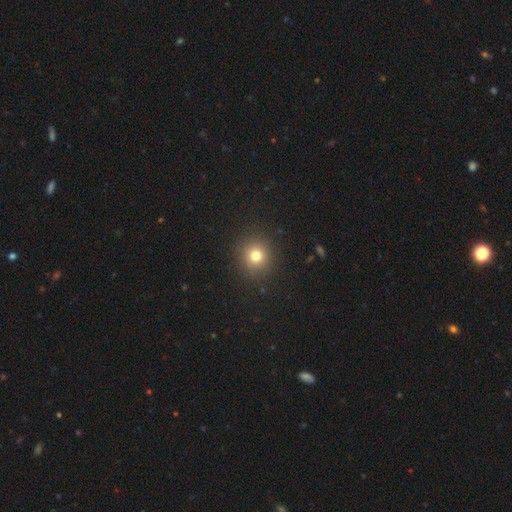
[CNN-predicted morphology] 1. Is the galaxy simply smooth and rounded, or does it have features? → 77% smooth, 15% star or artifact, 8% featured or disk.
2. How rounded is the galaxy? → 91% round, 8% in between, 1% cigar-shaped.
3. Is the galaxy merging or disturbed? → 91% none, 6% minor disturbance, 3% major disturbance, 1% merger.